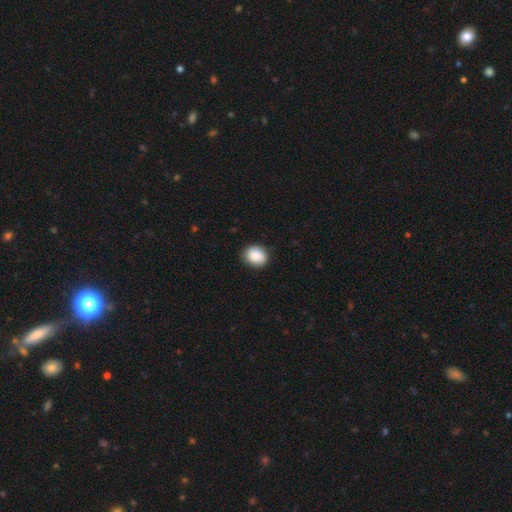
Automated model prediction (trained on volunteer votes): The model was most divided on "how rounded": round: 54%, in between: 45%, cigar-shaped: 1%. More confident: smooth or featured — smooth (85%); merging — none (84%).